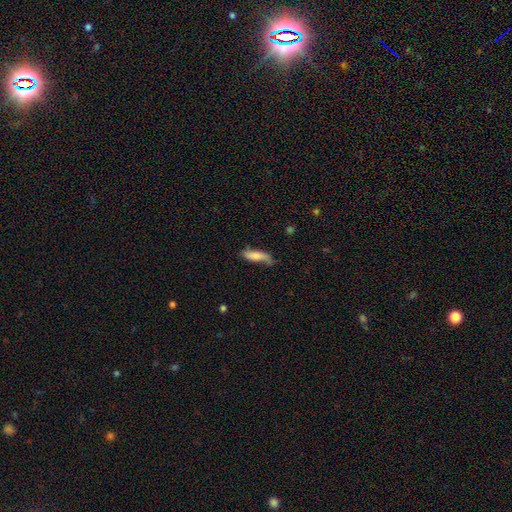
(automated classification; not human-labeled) Morphology: type=smooth (74%); roundness=cigar-shaped (51%); merging=none (50%).